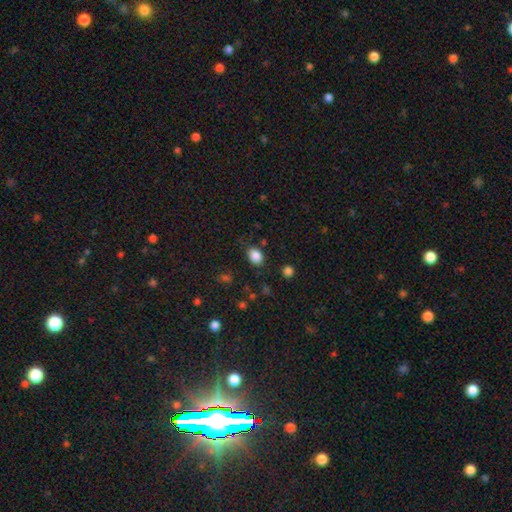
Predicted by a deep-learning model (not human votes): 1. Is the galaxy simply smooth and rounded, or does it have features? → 86% smooth, 10% star or artifact, 4% featured or disk.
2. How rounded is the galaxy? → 68% in between, 31% round, 1% cigar-shaped.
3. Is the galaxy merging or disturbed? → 79% none, 14% minor disturbance, 4% major disturbance, 2% merger.